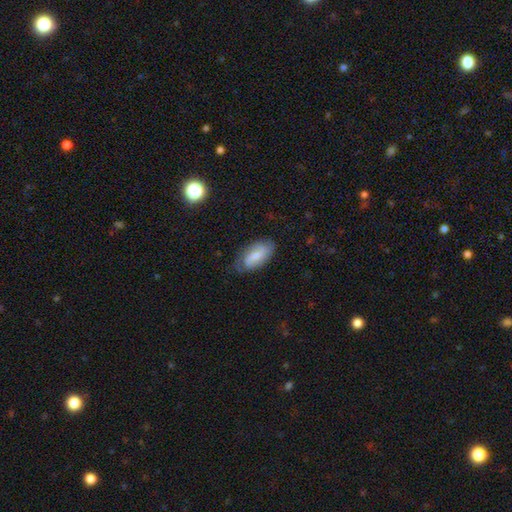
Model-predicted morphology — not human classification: This is possibly a smooth galaxy (53%). How rounded: clearly in between (91%). Merging: likely none (71%).